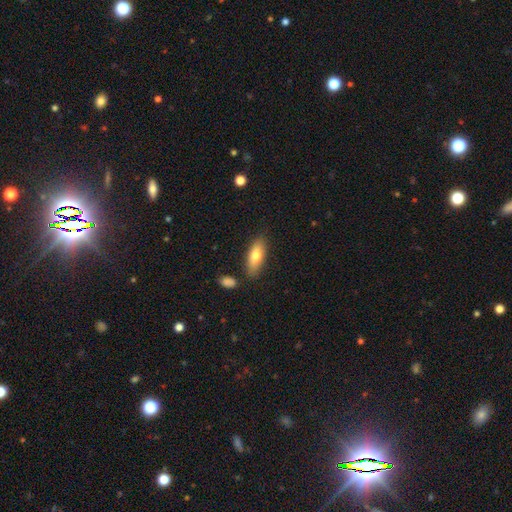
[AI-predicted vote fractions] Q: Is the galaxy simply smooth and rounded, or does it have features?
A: smooth — 73%.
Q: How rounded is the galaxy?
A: in between — 69%.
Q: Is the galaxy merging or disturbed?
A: none — 80%.